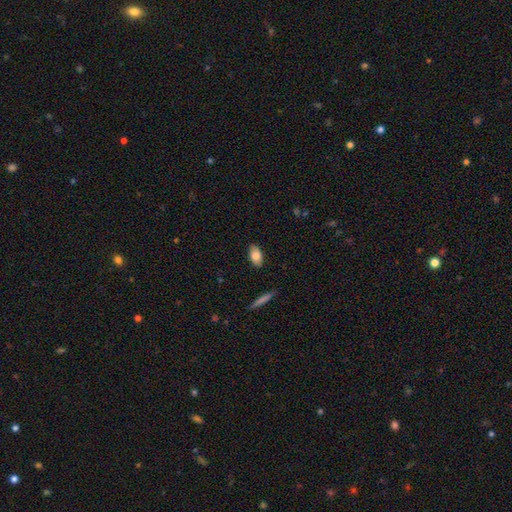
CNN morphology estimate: This is likely a smooth galaxy (79%). How rounded: clearly in between (91%). Merging: clearly none (87%).